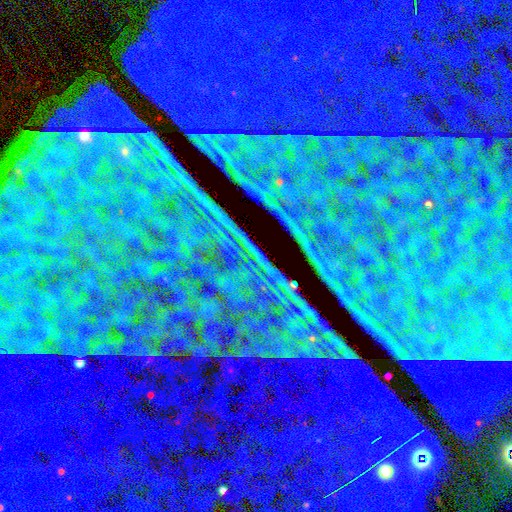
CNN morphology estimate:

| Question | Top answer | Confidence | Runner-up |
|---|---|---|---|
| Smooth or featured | star or artifact | 86% | smooth (7%) |